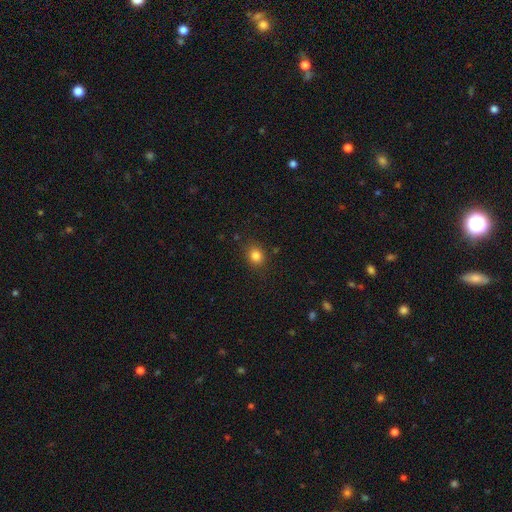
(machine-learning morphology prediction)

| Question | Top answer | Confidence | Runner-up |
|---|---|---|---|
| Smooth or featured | smooth | 83% | star or artifact (12%) |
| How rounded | round | 66% | in between (34%) |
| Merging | none | 85% | minor disturbance (10%) |